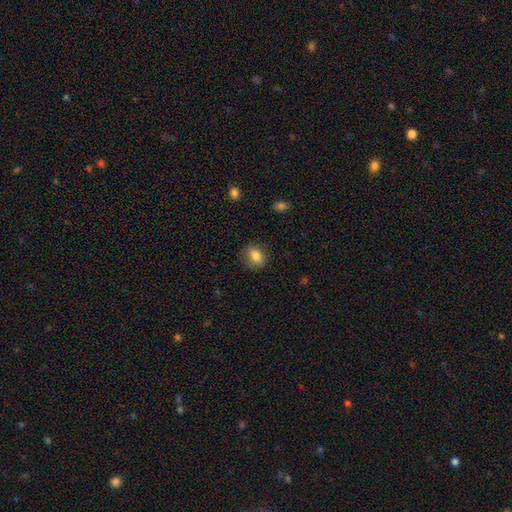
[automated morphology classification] type=smooth (82%); roundness=in between (65%); merging=none (77%).